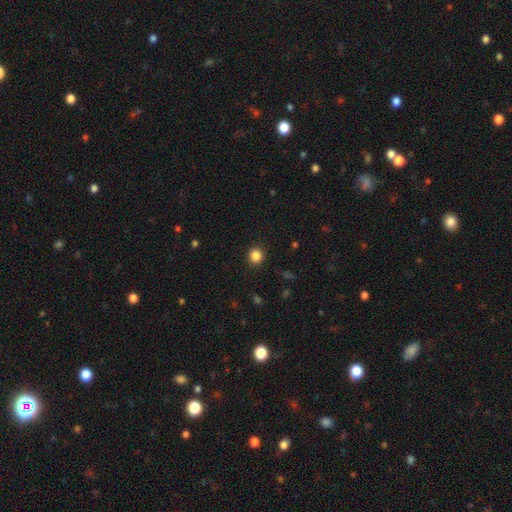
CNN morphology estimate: A smooth galaxy with no disk features (85%) that is round (85%). Merging: none (91%).